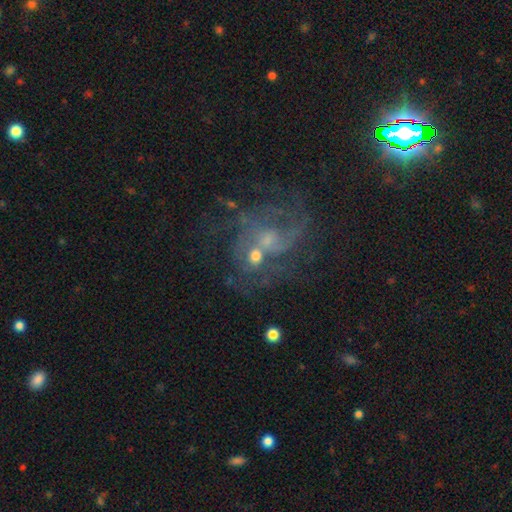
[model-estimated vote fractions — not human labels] A featured or disk galaxy (67%) with no bar (70%), spiral arms (76%) and a small central bulge (48%). Merging: none (36%).